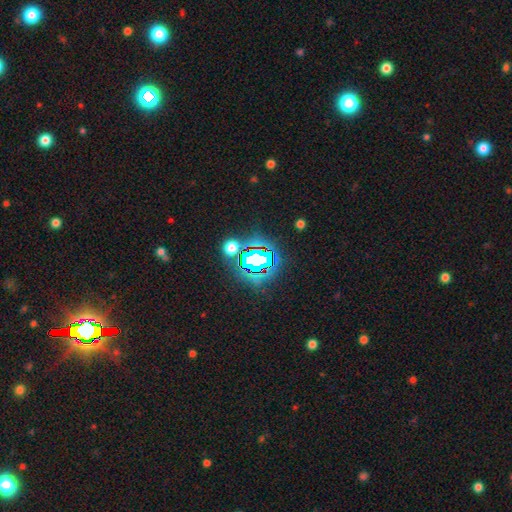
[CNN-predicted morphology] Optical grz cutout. It shows a star or artifact, not a galaxy (80%).